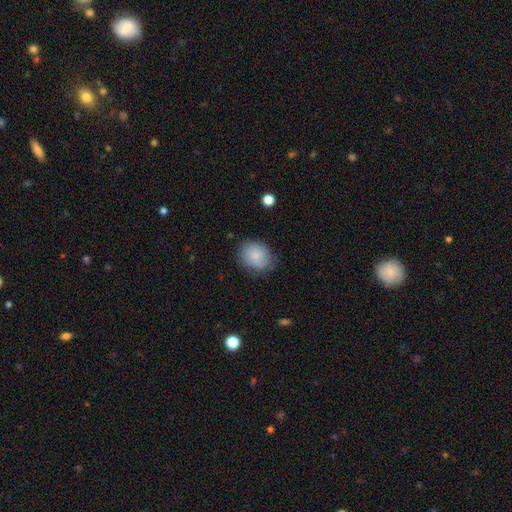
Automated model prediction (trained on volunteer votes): Smooth or featured?
  - smooth: 80% *
  - featured or disk: 12%
  - star or artifact: 7%
How rounded?
  - round: 56% *
  - in between: 43%
  - cigar-shaped: 1%
Merging?
  - none: 75% *
  - minor disturbance: 19%
  - major disturbance: 5%
  - merger: 1%